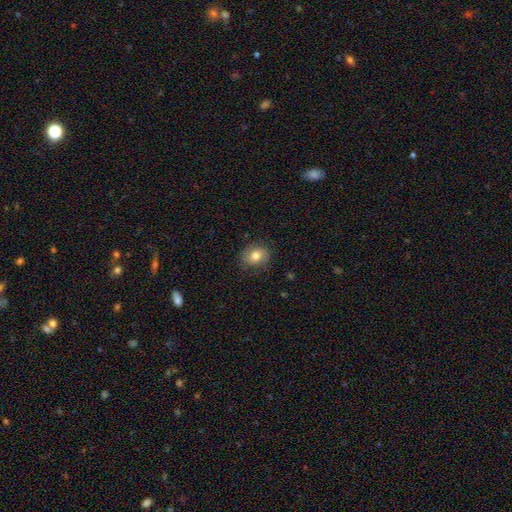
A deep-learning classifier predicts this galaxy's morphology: Smooth or featured?
  - smooth: 72% *
  - featured or disk: 19%
  - star or artifact: 9%
How rounded?
  - round: 61% *
  - in between: 38%
  - cigar-shaped: 1%
Merging?
  - none: 78% *
  - minor disturbance: 16%
  - major disturbance: 5%
  - merger: 1%